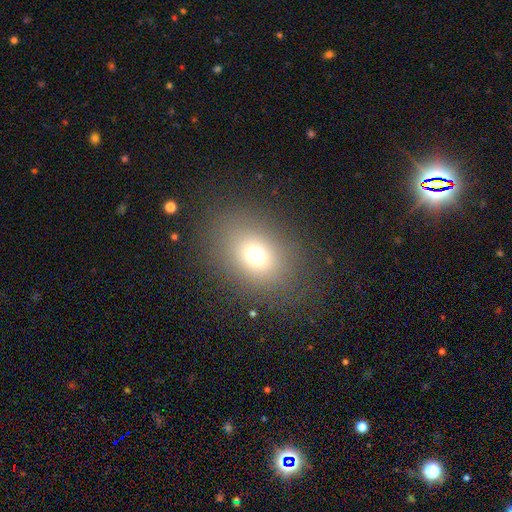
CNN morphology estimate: A smooth galaxy with no disk features (69%) that is in between round and cigar-shaped (56%).

Vote fractions:
- Smooth or featured? smooth: 69% / star or artifact: 18% / featured or disk: 13%
- How rounded? in between: 56% / round: 43% / cigar-shaped: 1%
- Merging? none: 81% / minor disturbance: 10% / major disturbance: 8% / merger: 1%